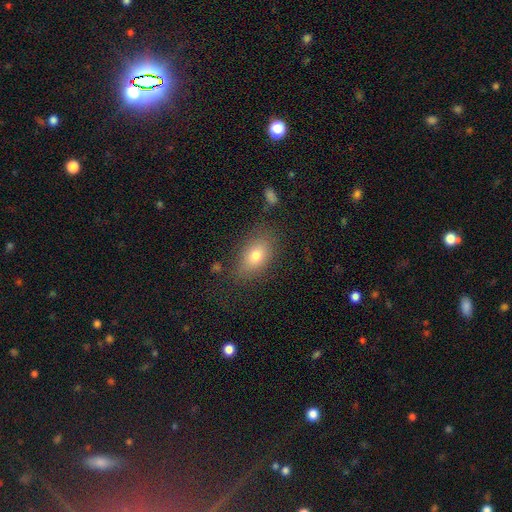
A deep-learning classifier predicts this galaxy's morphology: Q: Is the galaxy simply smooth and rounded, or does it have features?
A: smooth — 74%.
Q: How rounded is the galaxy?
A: in between — 83%.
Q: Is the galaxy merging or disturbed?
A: none — 77%.